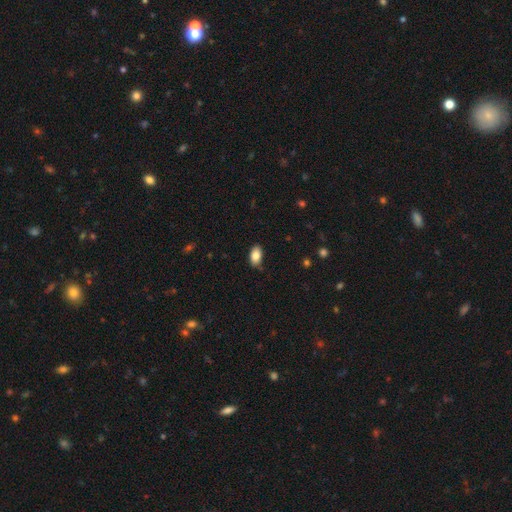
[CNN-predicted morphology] type=smooth (83%); roundness=in between (92%); merging=none (83%).